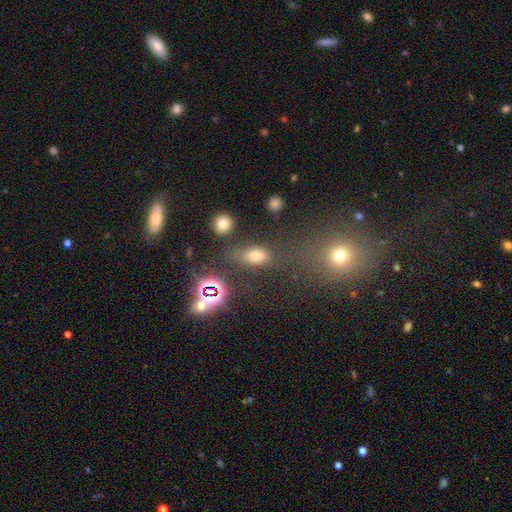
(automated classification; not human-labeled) Overall: smooth (62%; star or artifact 24%). How rounded: in between (71%). Merging: none (62%).